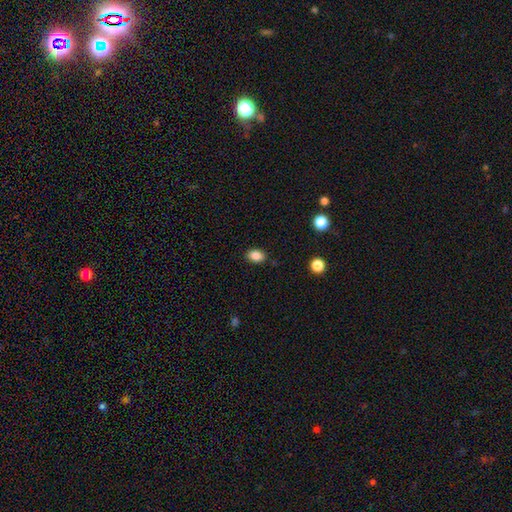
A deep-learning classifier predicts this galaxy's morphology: Smooth or featured? smooth (86%)
How rounded? in between (79%)
Merging? none (86%)